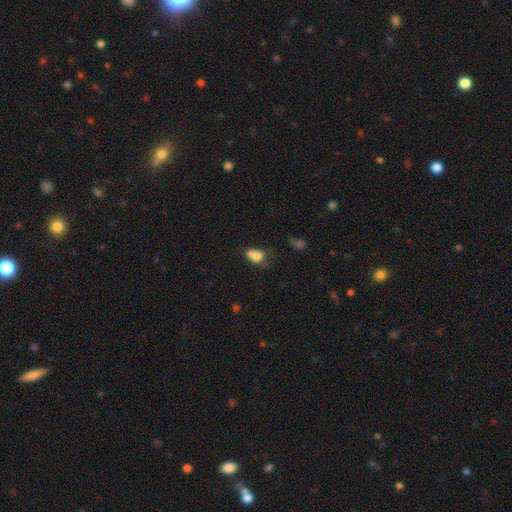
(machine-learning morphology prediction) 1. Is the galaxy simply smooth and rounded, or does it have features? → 74% smooth, 14% featured or disk, 12% star or artifact.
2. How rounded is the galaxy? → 56% in between, 43% round, 2% cigar-shaped.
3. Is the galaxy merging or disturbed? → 47% merger, 27% none, 16% minor disturbance, 11% major disturbance.